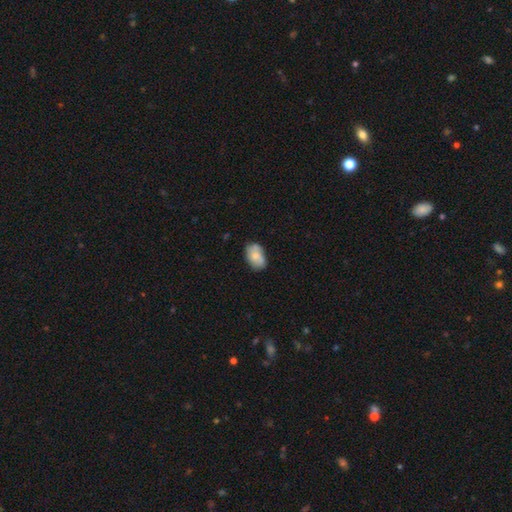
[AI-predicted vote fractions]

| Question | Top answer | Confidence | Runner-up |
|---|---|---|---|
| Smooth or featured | smooth | 76% | featured or disk (18%) |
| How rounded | in between | 90% | round (9%) |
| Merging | none | 64% | minor disturbance (27%) |